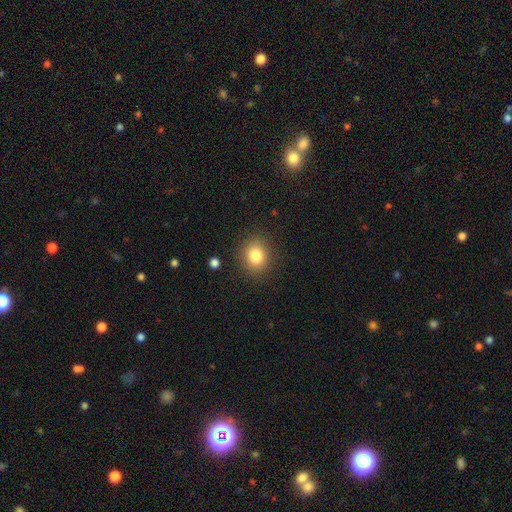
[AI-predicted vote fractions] Smooth or featured? Predicted: smooth (p=0.82). How rounded? Predicted: round (p=0.69). Merging? Predicted: none (p=0.87).